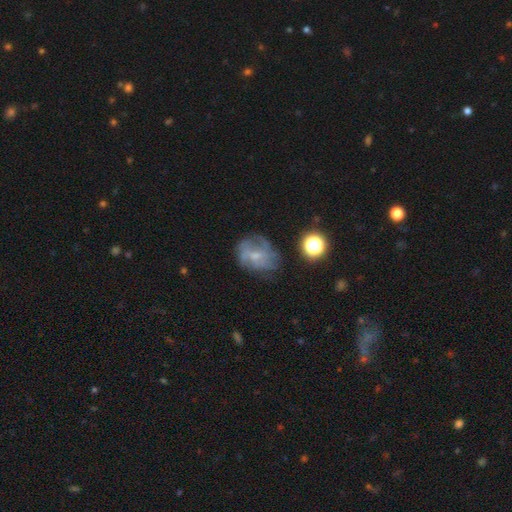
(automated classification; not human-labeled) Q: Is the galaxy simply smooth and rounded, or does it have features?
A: featured or disk — 54%.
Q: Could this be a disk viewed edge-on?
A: no — 97%.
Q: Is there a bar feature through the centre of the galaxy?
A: no — 58%.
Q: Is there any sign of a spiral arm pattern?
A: yes — 60%.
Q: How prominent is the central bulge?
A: small — 49%.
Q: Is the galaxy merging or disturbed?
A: none — 55%.